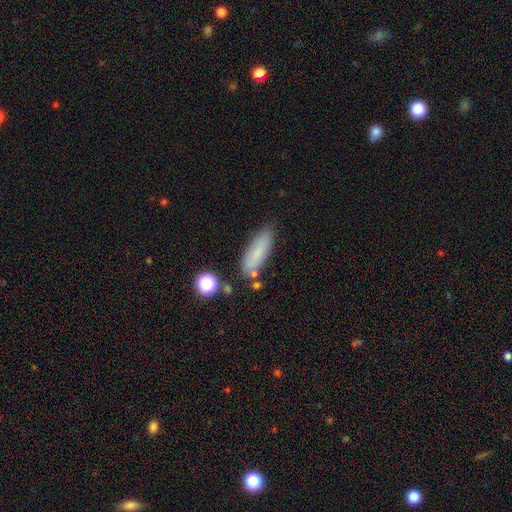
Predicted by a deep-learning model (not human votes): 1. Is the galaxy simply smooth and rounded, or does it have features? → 78% smooth, 13% featured or disk, 10% star or artifact.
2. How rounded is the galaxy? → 58% in between, 40% cigar-shaped, 2% round.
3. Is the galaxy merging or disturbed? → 75% none, 16% minor disturbance, 5% merger, 4% major disturbance.